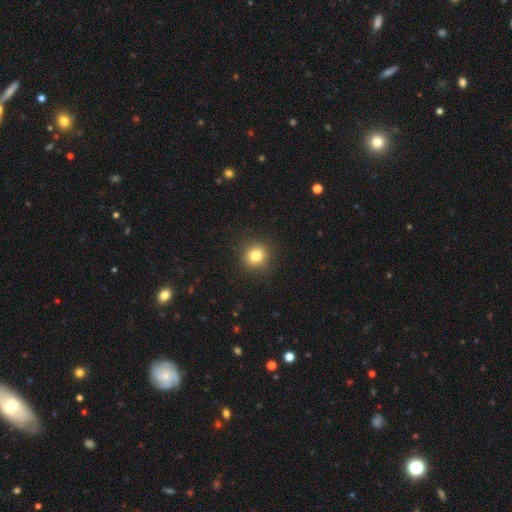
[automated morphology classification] Smooth or featured: smooth — 81% (star or artifact — 12%)
How rounded: round — 90% (in between — 9%)
Merging: none — 90% (minor disturbance — 6%)